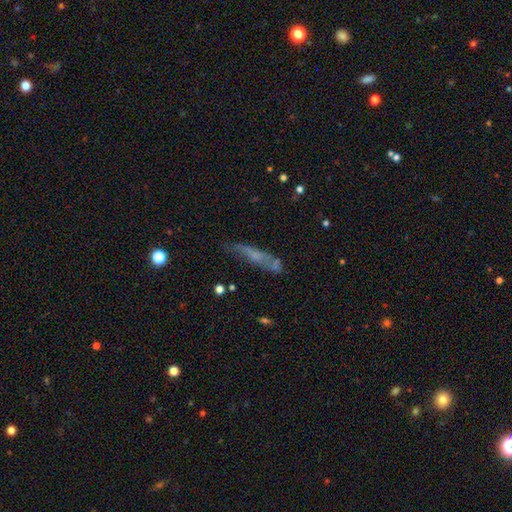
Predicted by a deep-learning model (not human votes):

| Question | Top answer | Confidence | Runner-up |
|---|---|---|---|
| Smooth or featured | smooth | 45% | featured or disk (43%) |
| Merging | none | 51% | minor disturbance (25%) |